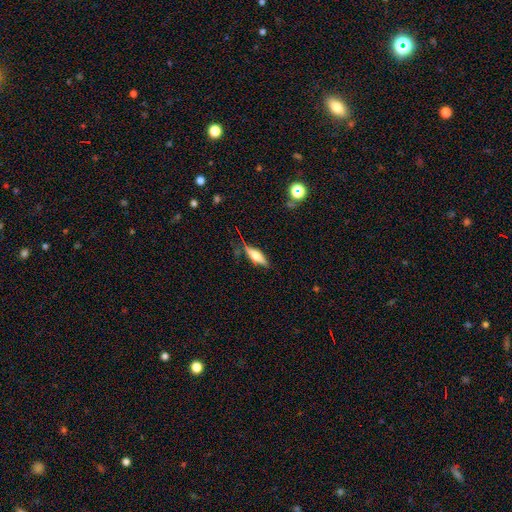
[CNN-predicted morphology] Smooth or featured?
  - featured or disk: 51% *
  - smooth: 42%
  - star or artifact: 7%
Edge-on disk?
  - yes: 92% *
  - no: 8%
Merging?
  - none: 70% *
  - minor disturbance: 21%
  - major disturbance: 6%
  - merger: 3%